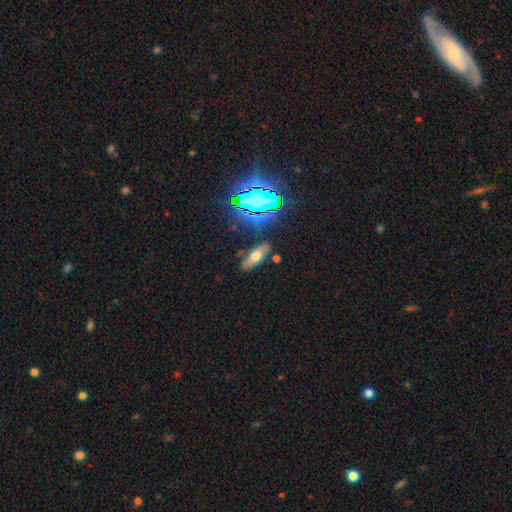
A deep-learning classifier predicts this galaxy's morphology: Smooth or featured? Predicted: smooth (p=0.56). How rounded? Predicted: in between (p=0.61). Merging? Predicted: none (p=0.81).